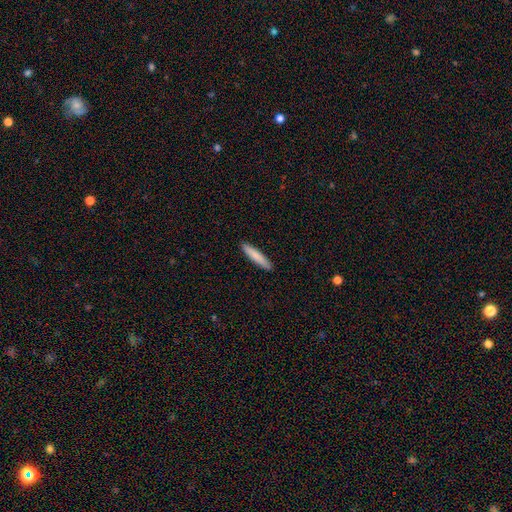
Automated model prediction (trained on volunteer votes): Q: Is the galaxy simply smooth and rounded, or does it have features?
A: smooth — 83%.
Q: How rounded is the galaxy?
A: cigar-shaped — 92%.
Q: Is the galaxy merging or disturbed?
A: none — 92%.